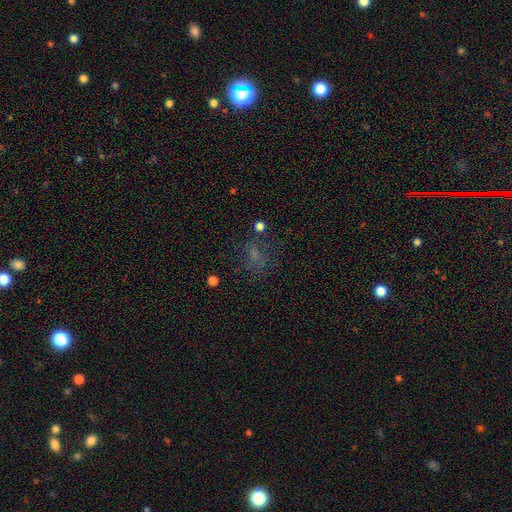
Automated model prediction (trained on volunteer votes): This appears to be a smooth galaxy with no disk features (49%). Merging: none (55%).